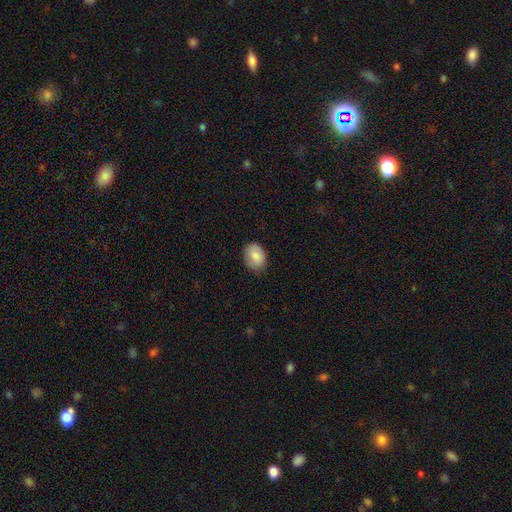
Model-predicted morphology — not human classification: This appears to be a smooth galaxy with no disk features (85%) that is in between round and cigar-shaped (65%). Merging: none (79%).